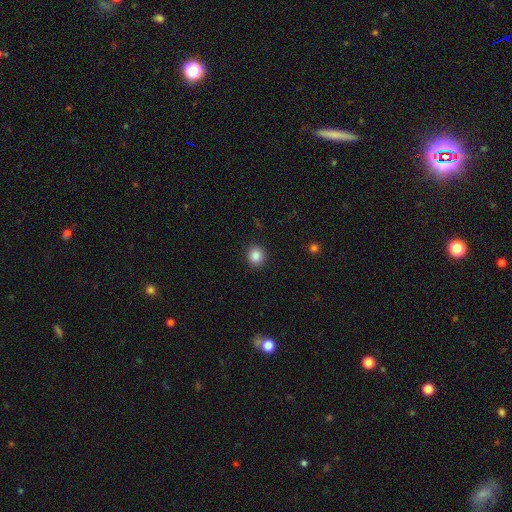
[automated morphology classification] Smooth or featured? Predicted: smooth (p=0.86). How rounded? Predicted: round (p=0.90). Merging? Predicted: none (p=0.91).